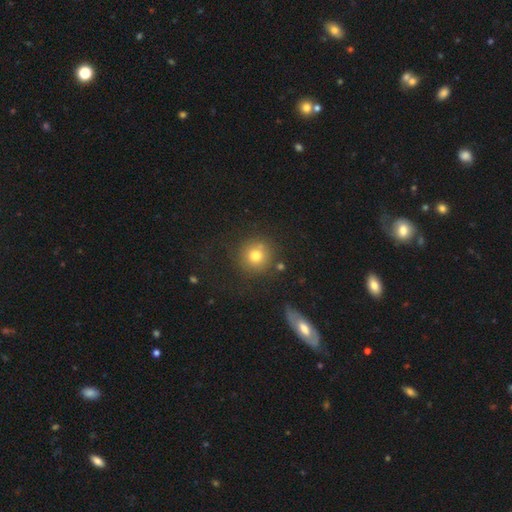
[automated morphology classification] A smooth galaxy with no disk features (77%) that is round (93%). Merging: none (80%).